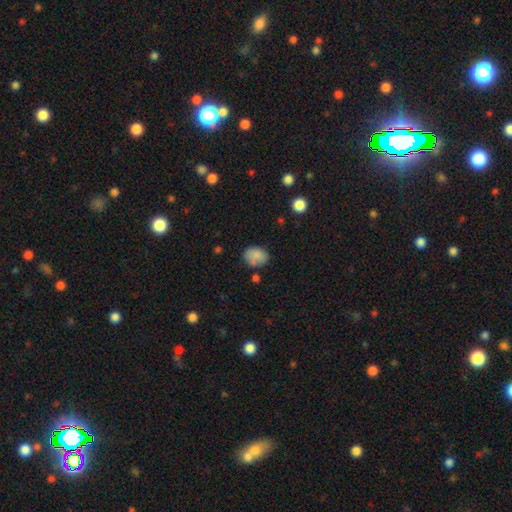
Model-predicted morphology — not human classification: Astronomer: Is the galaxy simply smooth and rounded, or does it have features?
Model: smooth — 82%.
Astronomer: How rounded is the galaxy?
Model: in between — 62% (runner-up: round, 37%).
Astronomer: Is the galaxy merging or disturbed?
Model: none — 66%.